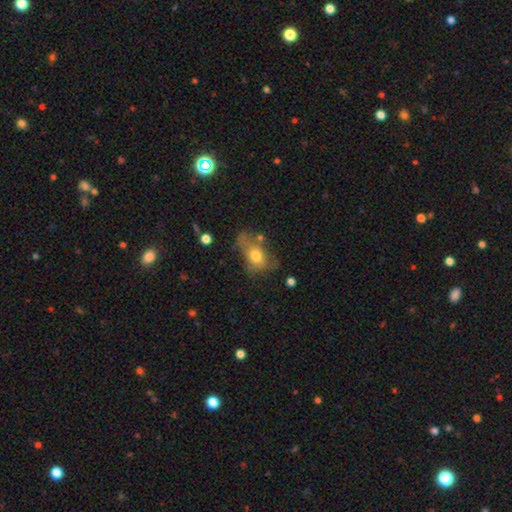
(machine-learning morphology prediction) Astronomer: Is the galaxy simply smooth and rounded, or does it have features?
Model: smooth — 66%.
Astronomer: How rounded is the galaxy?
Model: in between — 75%.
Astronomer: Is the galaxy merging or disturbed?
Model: none — 34% (runner-up: major disturbance, 29%).